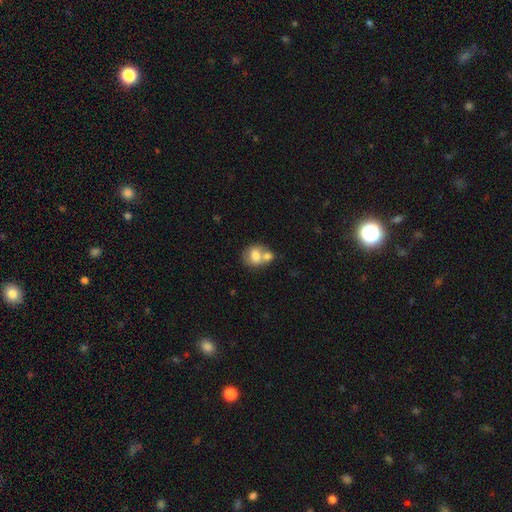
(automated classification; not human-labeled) Smooth or featured: smooth — 71% (featured or disk — 22%)
How rounded: round — 62% (in between — 37%)
Merging: merger — 54% (none — 32%)